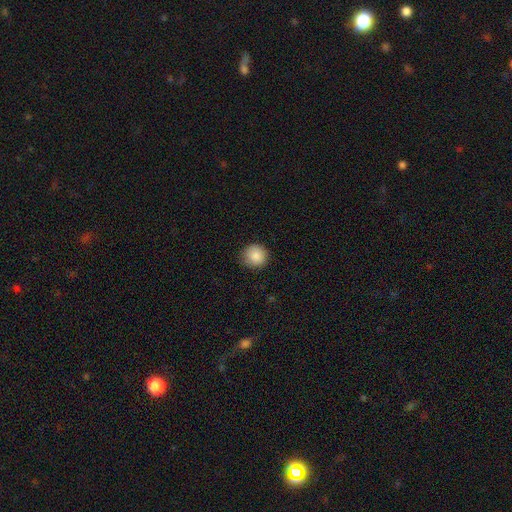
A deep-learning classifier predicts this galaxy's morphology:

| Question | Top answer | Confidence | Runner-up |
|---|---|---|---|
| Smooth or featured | smooth | 87% | star or artifact (9%) |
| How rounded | round | 91% | in between (8%) |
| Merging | none | 84% | minor disturbance (12%) |